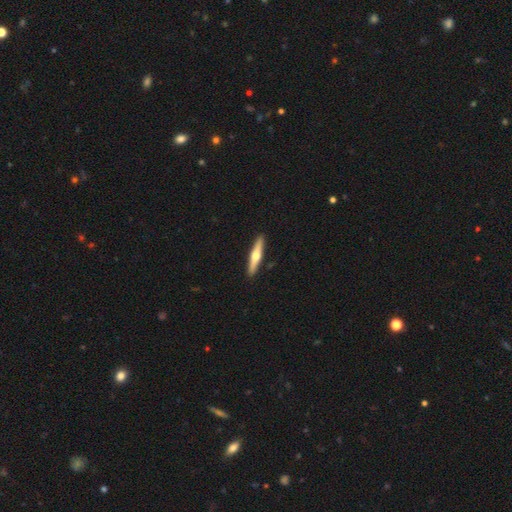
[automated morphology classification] The model was most divided on "smooth or featured": featured or disk: 57%, smooth: 38%, star or artifact: 4%. More confident: edge-on disk — yes (96%); edge-on bulge — rounded (94%); merging — none (92%).